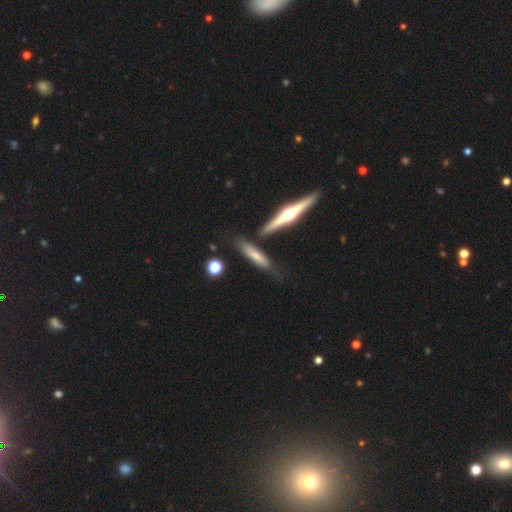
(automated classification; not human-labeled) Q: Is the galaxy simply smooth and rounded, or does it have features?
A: smooth — 51%.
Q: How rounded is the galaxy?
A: cigar-shaped — 76%.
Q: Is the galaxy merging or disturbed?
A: none — 66%.